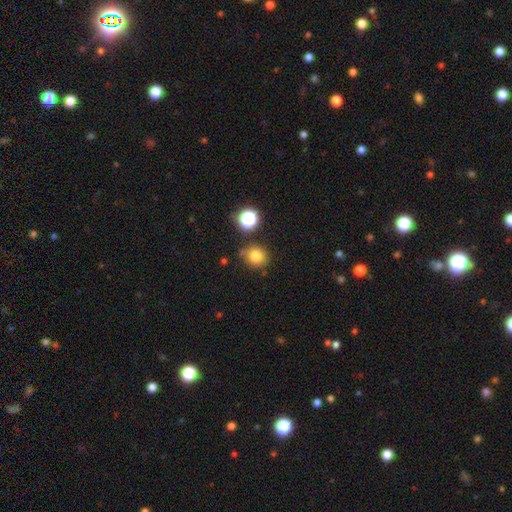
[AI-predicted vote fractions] smooth_or_featured: smooth (p=0.79) [alt: star or artifact p=0.14]
how_rounded: round (p=0.82) [alt: in between p=0.17]
merging: none (p=0.74) [alt: minor disturbance p=0.14]